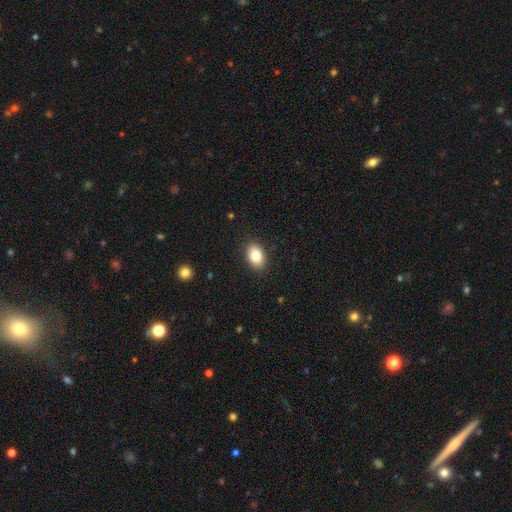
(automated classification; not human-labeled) A smooth galaxy with no disk features (83%) that is in between round and cigar-shaped (84%).

Vote fractions:
- Smooth or featured? smooth: 83% / featured or disk: 9% / star or artifact: 8%
- How rounded? in between: 84% / round: 15% / cigar-shaped: 1%
- Merging? none: 89% / minor disturbance: 8% / major disturbance: 2% / merger: 1%